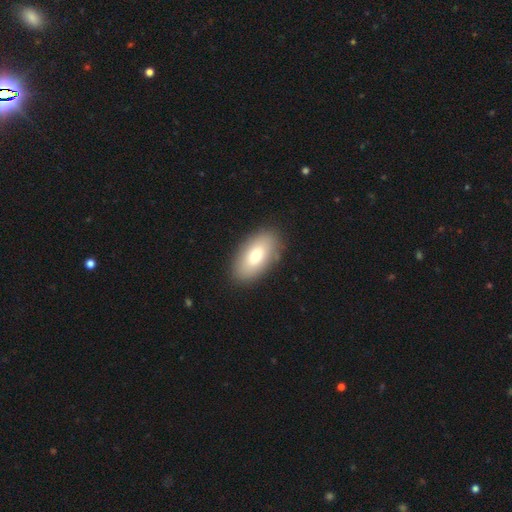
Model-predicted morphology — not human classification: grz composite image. It shows a smooth galaxy with no disk features (77%) that is in between round and cigar-shaped (94%). Merging: none (89%).